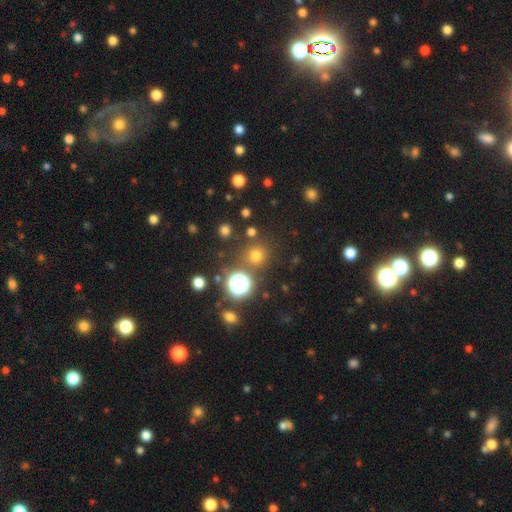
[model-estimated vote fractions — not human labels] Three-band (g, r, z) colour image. It shows a smooth galaxy with no disk features (68%) that is round (93%). Merging: none (84%).